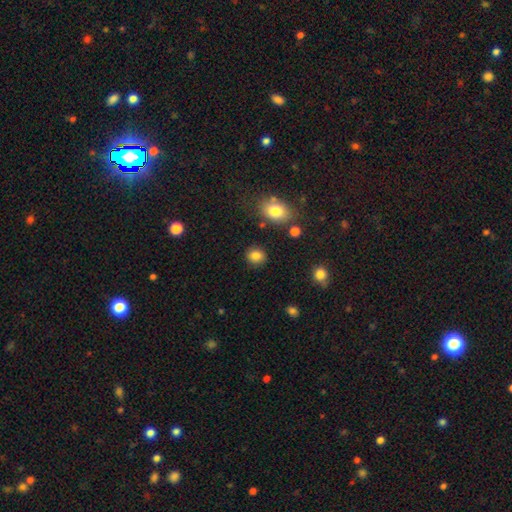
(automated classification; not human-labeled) Morphology: type=smooth (85%); roundness=round (74%); merging=none (88%).